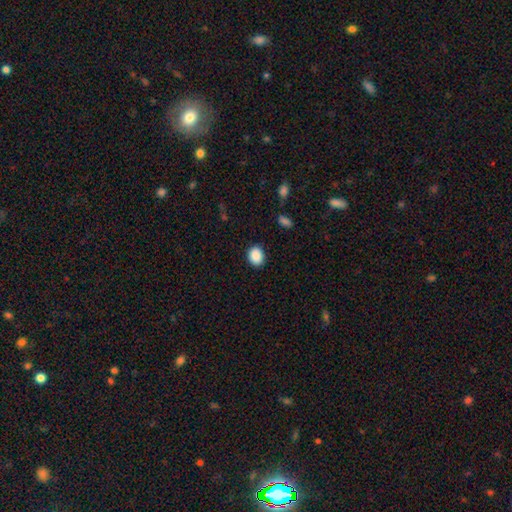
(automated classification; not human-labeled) smooth-or-featured: smooth: 89% | star or artifact: 8% | featured or disk: 3%
  how-rounded: in between: 50% | round: 49% | cigar-shaped: 1%
  merging: none: 89% | minor disturbance: 8% | major disturbance: 2% | merger: 1%